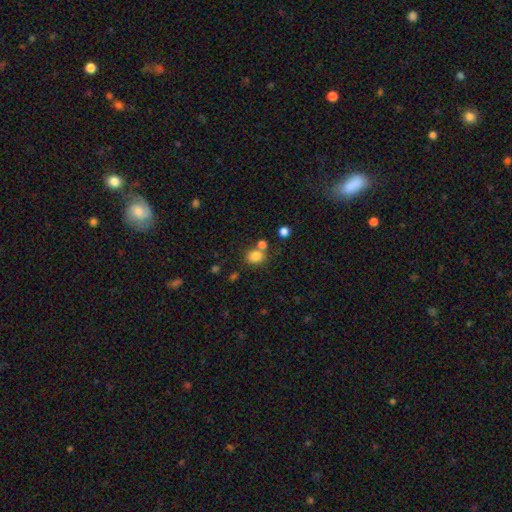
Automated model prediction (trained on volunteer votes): The model was most divided on "how rounded": round: 52%, in between: 47%, cigar-shaped: 1%. More confident: smooth or featured — smooth (81%); merging — none (60%).